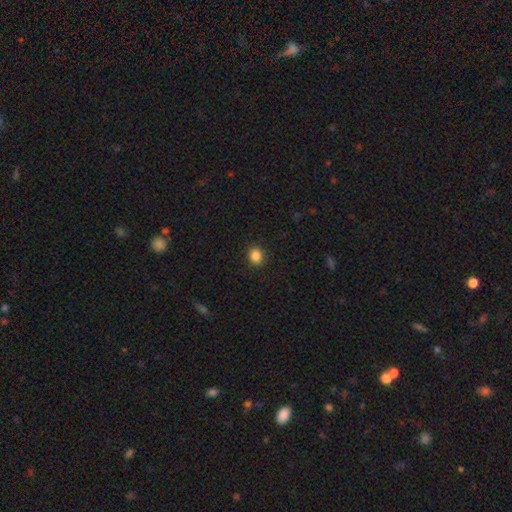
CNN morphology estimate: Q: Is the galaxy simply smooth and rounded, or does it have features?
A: smooth — 87%.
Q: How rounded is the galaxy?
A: round — 56%.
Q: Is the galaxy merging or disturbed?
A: none — 89%.